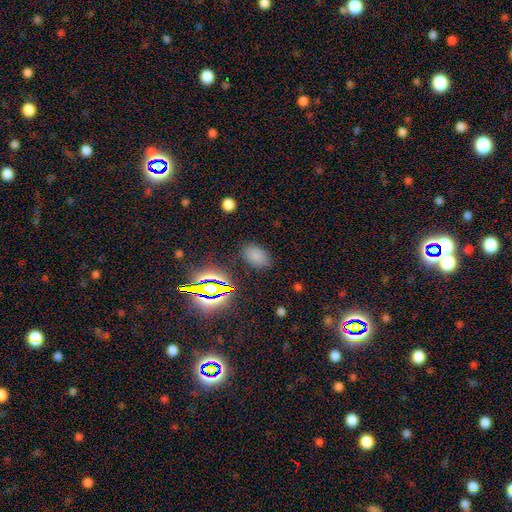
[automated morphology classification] This is likely a smooth galaxy (75%). How rounded: clearly in between (89%). Merging: clearly none (83%).